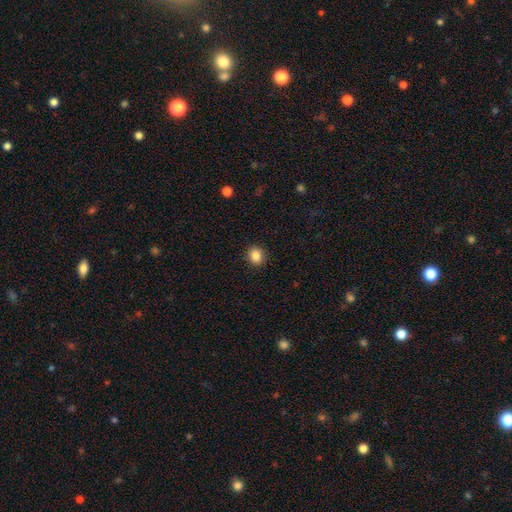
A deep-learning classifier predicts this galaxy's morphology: Smooth or featured: smooth — 86% (star or artifact — 10%)
How rounded: round — 76% (in between — 23%)
Merging: none — 91% (minor disturbance — 6%)